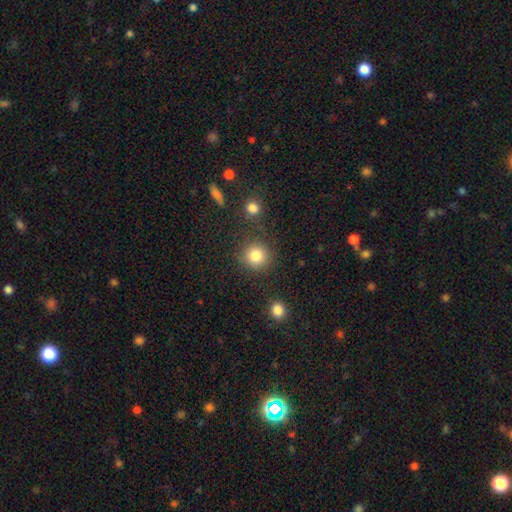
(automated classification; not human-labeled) smooth 84%, star or artifact 11%, featured or disk 5%. Down the decision tree: how rounded — round (90%); merging — none (82%).